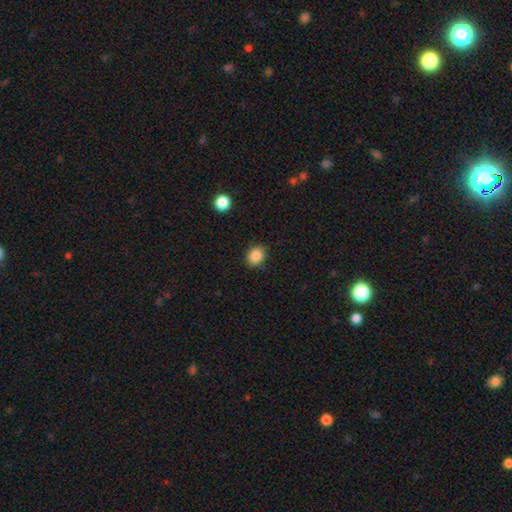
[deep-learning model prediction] Q: Smooth or featured?
A: smooth (86%); runner-up: star or artifact (10%)
Q: How rounded?
A: round (53%); runner-up: in between (46%)
Q: Merging?
A: none (87%); runner-up: minor disturbance (9%)